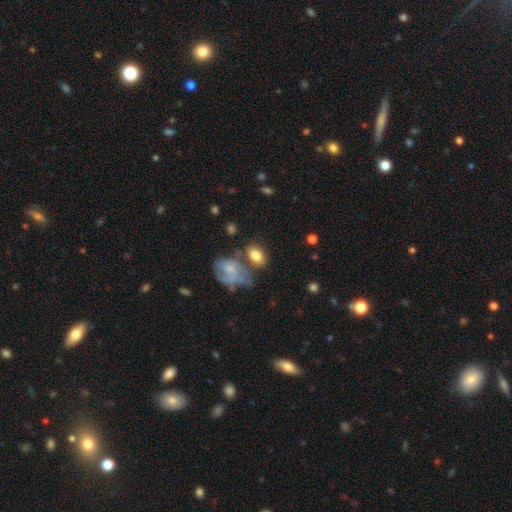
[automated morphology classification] Smooth or featured? Predicted: smooth (p=0.77). How rounded? Predicted: in between (p=0.82). Merging? Predicted: none (p=0.54).